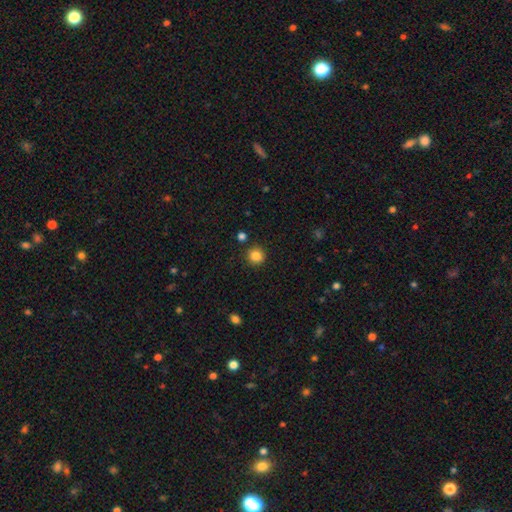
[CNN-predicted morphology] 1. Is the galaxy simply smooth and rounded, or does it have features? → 84% smooth, 11% star or artifact, 5% featured or disk.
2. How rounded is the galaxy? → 92% round, 7% in between, 1% cigar-shaped.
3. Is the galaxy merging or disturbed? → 89% none, 6% minor disturbance, 3% merger, 2% major disturbance.